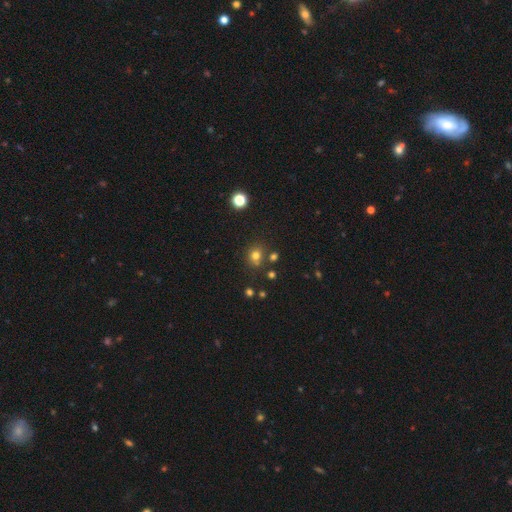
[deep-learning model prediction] This is likely a smooth galaxy (73%). How rounded: likely round (76%). Merging: likely none (73%).